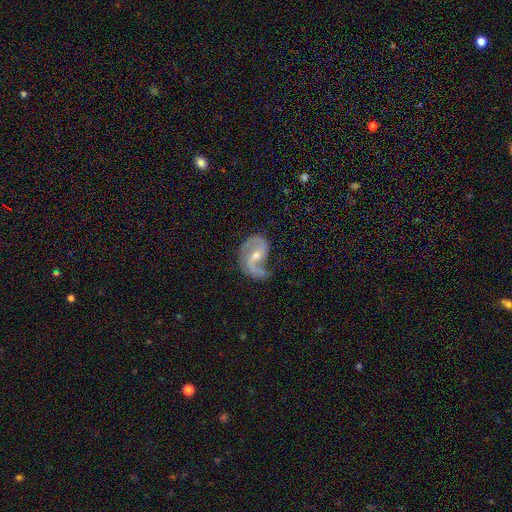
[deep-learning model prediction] Smooth or featured? featured or disk (89%)
Edge-on disk? no (98%)
Bar? weak (42%)
Spiral arms? yes (96%)
Spiral winding? medium (44%)
Spiral arm count? 2 (85%)
Bulge size? small (53%)
Merging? none (54%)